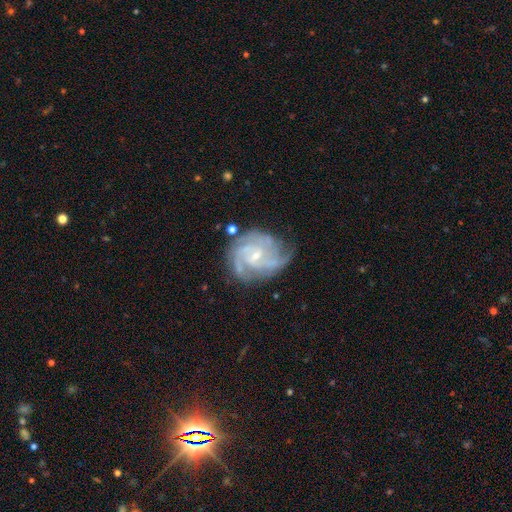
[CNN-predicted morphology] Overall: featured or disk (89%). Edge-on disk: no (98%). Bar: no (47%; weak 44%). Spiral arms: yes (97%). Spiral arm count: 3 (37%; 4 19%). Spiral winding: tight (53%; medium 40%). Bulge size: small (76%). Merging: none (67%).